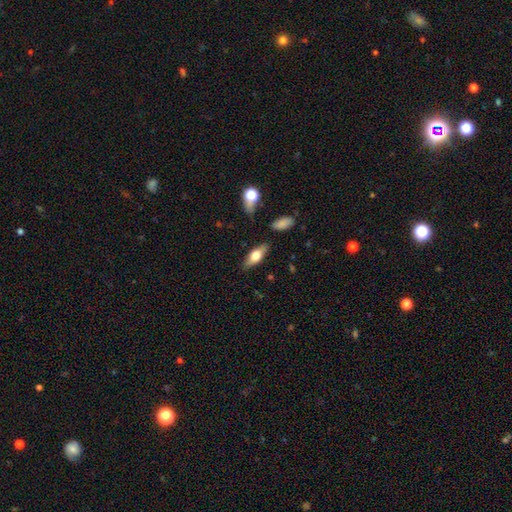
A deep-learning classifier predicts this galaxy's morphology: type=smooth (58%); roundness=in between (72%); merging=none (83%).